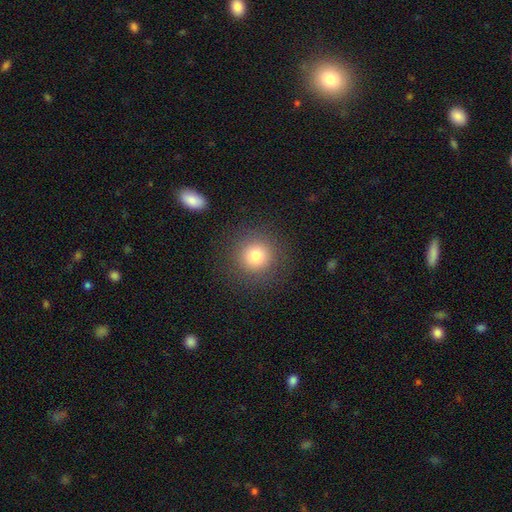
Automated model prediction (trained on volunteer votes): smooth_or_featured: smooth (p=0.79) [alt: star or artifact p=0.12]
how_rounded: round (p=0.94) [alt: in between p=0.05]
merging: none (p=0.89) [alt: minor disturbance p=0.07]